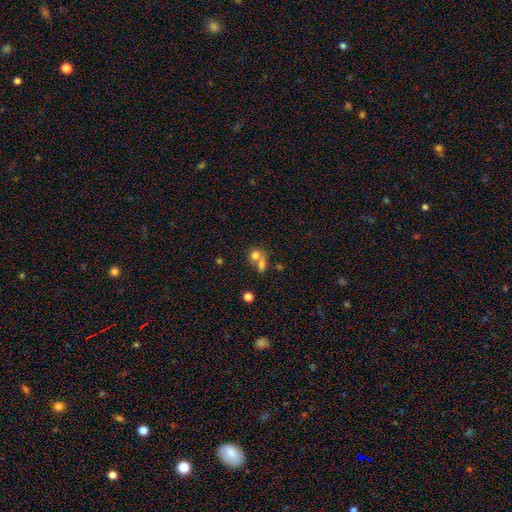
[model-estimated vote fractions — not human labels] The model was most divided on "merging": merger: 58%, none: 30%, minor disturbance: 7%, major disturbance: 5%. More confident: smooth or featured — smooth (73%); how rounded — round (67%).